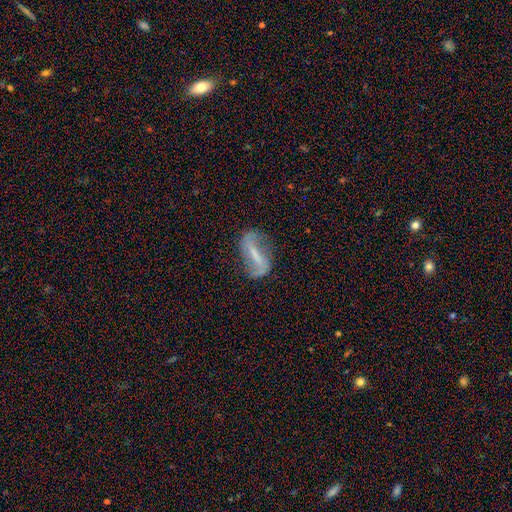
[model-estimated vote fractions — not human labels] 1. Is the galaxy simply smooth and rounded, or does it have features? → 77% featured or disk, 16% smooth, 7% star or artifact.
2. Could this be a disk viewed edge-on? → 93% no, 7% yes.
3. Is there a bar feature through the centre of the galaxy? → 60% strong, 29% weak, 11% no.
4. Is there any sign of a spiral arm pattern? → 85% yes, 15% no.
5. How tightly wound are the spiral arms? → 67% loose, 25% medium, 9% tight.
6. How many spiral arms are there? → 88% 2, 5% can't tell, 4% 1, 1% 3, 1% 4, 1% more than 4.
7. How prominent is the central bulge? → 41% none, 36% small, 19% moderate, 3% large, 1% dominant.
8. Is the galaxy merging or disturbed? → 70% none, 18% minor disturbance, 10% major disturbance, 2% merger.